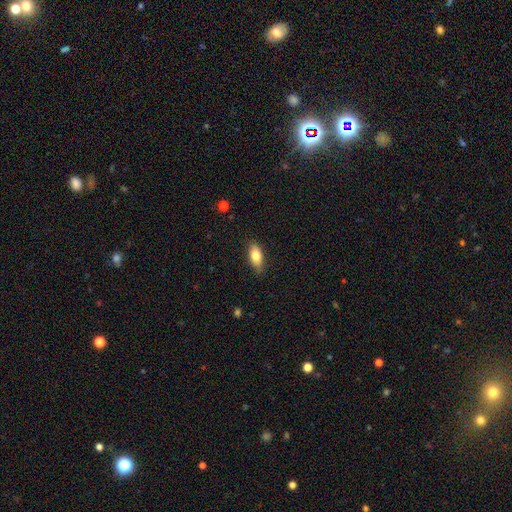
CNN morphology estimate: smooth_or_featured: smooth (p=0.79) [alt: featured or disk p=0.14]
how_rounded: in between (p=0.85) [alt: cigar-shaped p=0.11]
merging: none (p=0.84) [alt: minor disturbance p=0.13]